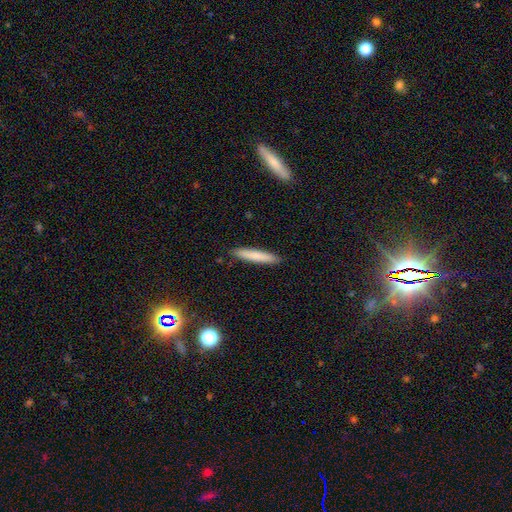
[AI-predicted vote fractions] smooth-or-featured: smooth: 78% | featured or disk: 16% | star or artifact: 7%
  how-rounded: cigar-shaped: 93% | in between: 6% | round: 1%
  merging: none: 91% | minor disturbance: 7% | major disturbance: 1% | merger: 1%